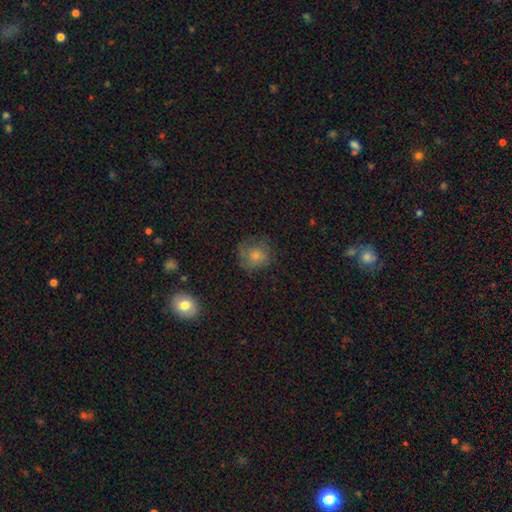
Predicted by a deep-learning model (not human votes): Smooth or featured?
  - smooth: 67% *
  - featured or disk: 22%
  - star or artifact: 11%
How rounded?
  - round: 83% *
  - in between: 16%
  - cigar-shaped: 1%
Merging?
  - none: 61% *
  - minor disturbance: 22%
  - major disturbance: 16%
  - merger: 2%